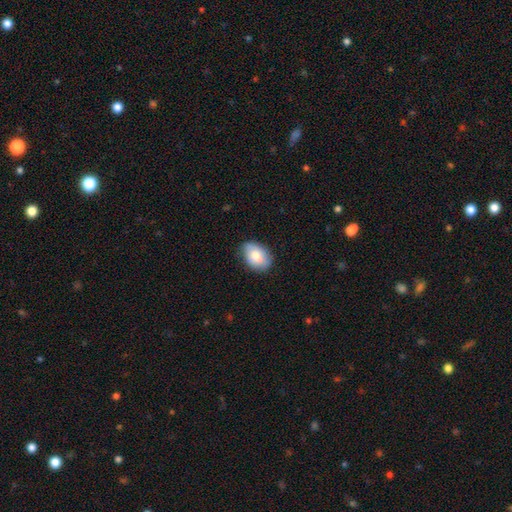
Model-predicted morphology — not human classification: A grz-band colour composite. It shows a smooth galaxy with no disk features (77%) that is in between round and cigar-shaped (81%). Merging: none (78%).